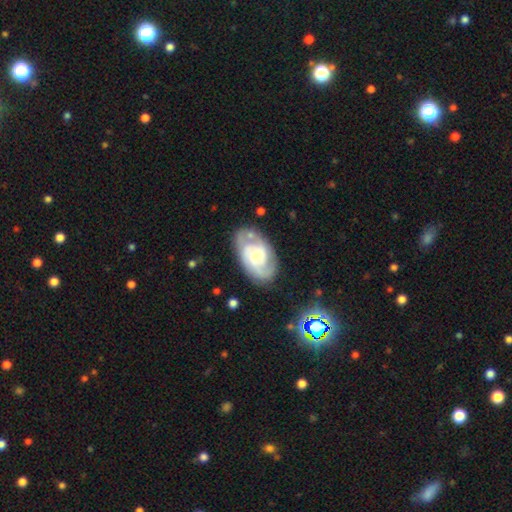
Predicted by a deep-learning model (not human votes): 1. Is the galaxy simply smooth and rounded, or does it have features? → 80% featured or disk, 15% smooth, 5% star or artifact.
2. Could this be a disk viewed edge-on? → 96% no, 4% yes.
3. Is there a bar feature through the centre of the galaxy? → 56% no, 37% weak, 7% strong.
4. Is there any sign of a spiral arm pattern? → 93% yes, 7% no.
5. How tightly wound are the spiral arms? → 46% tight, 42% medium, 12% loose.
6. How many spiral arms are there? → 61% 2, 18% can't tell, 12% 3, 4% 1, 3% 4, 2% more than 4.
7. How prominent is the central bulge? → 47% small, 44% moderate, 6% large, 2% none, 1% dominant.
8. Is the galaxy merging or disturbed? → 70% none, 19% minor disturbance, 7% major disturbance, 4% merger.